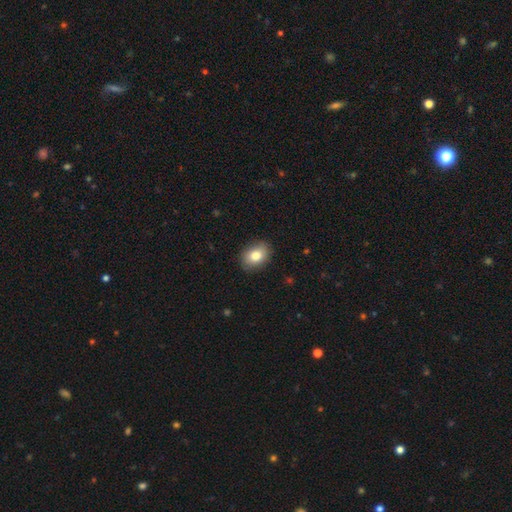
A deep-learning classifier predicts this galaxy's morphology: smooth-or-featured: smooth: 82% | featured or disk: 10% | star or artifact: 8%
  how-rounded: in between: 75% | round: 24% | cigar-shaped: 1%
  merging: none: 86% | minor disturbance: 10% | major disturbance: 2% | merger: 1%